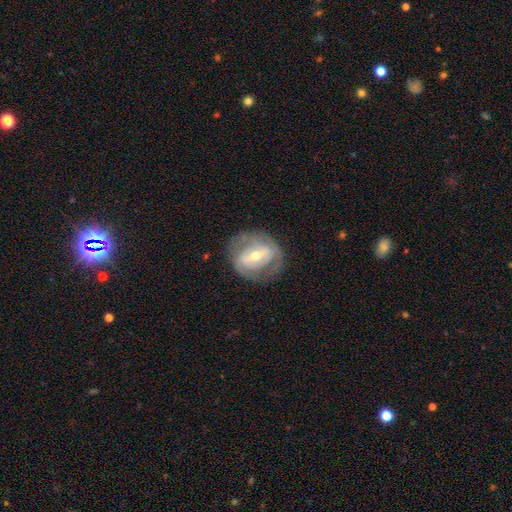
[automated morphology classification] Smooth or featured?
  - featured or disk: 79% *
  - smooth: 16%
  - star or artifact: 5%
Edge-on disk?
  - no: 96% *
  - yes: 4%
Bar?
  - weak: 40% *
  - strong: 38%
  - no: 21%
Spiral arms?
  - yes: 78% *
  - no: 22%
Spiral winding?
  - tight: 55% *
  - medium: 34%
  - loose: 11%
Spiral arm count?
  - 2: 59% *
  - can't tell: 24%
  - 3: 8%
  - 1: 4%
  - 4: 2%
  - more than 4: 2%
Bulge size?
  - moderate: 56% *
  - small: 39%
  - large: 3%
  - none: 1%
  - dominant: 1%
Merging?
  - none: 73% *
  - minor disturbance: 16%
  - major disturbance: 9%
  - merger: 1%